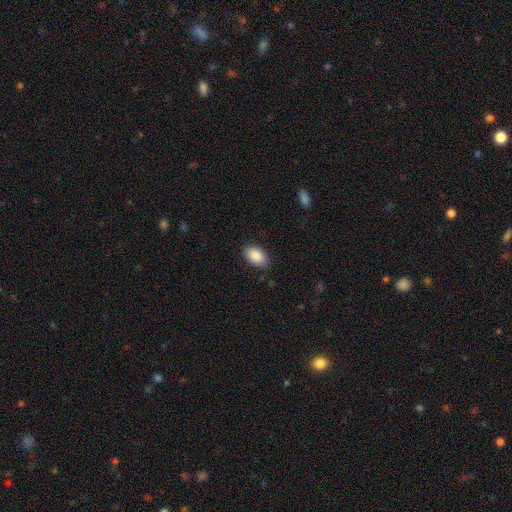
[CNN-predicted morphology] Overall: smooth (89%). How rounded: in between (92%). Merging: none (86%).